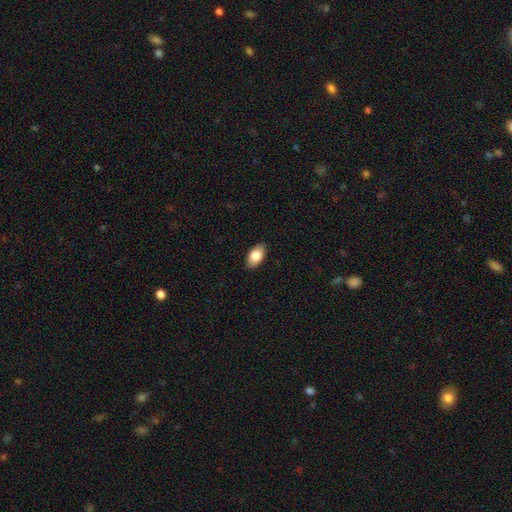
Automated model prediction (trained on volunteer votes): Smooth or featured? Predicted: smooth (p=0.84). How rounded? Predicted: in between (p=0.94). Merging? Predicted: none (p=0.89).